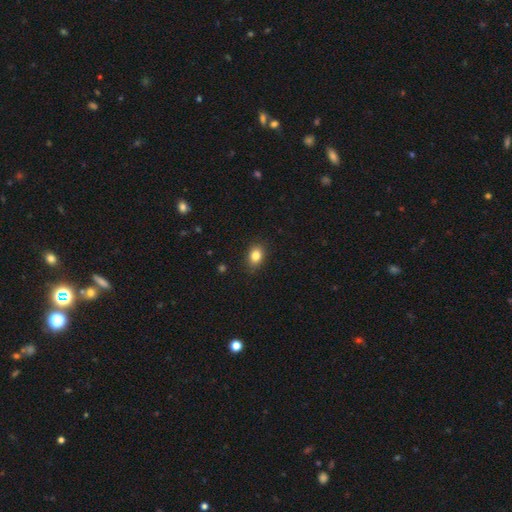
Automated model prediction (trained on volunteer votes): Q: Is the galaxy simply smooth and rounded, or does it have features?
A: smooth — 83%.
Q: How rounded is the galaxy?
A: in between — 66%.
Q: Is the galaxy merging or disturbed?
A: none — 84%.